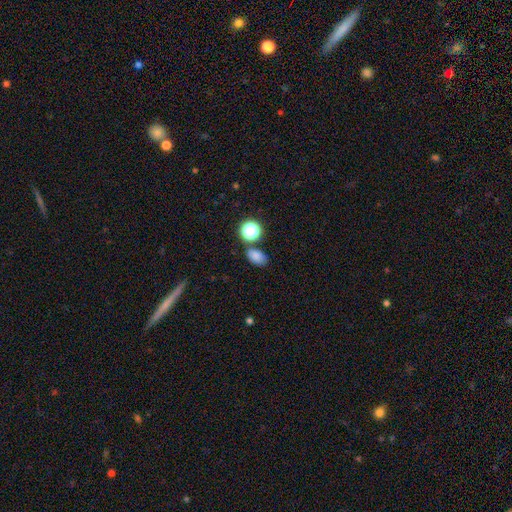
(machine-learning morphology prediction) The model was most divided on "how rounded": in between: 79%, round: 19%, cigar-shaped: 1%. More confident: smooth or featured — smooth (79%); merging — none (74%).